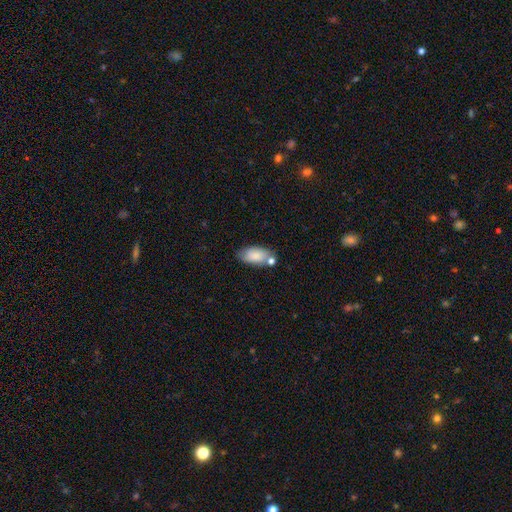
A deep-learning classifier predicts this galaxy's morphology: Smooth or featured: smooth — 80% (featured or disk — 13%)
How rounded: in between — 92% (cigar-shaped — 5%)
Merging: none — 60% (minor disturbance — 18%)